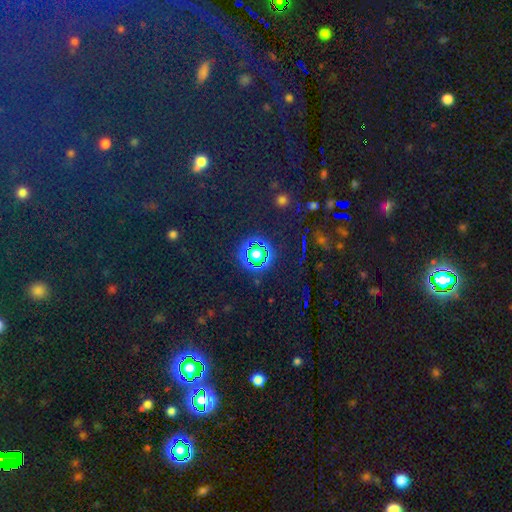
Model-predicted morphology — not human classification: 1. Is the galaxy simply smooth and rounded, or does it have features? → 74% star or artifact, 18% smooth, 8% featured or disk.